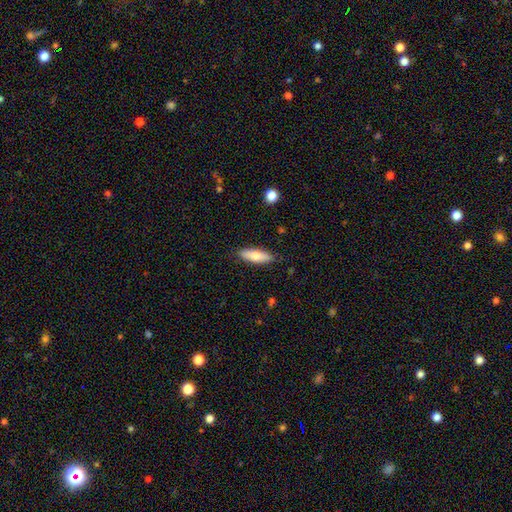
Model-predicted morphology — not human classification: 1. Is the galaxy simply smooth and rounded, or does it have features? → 73% smooth, 21% featured or disk, 6% star or artifact.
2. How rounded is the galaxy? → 51% in between, 47% cigar-shaped, 2% round.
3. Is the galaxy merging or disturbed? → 87% none, 10% minor disturbance, 2% major disturbance, 1% merger.